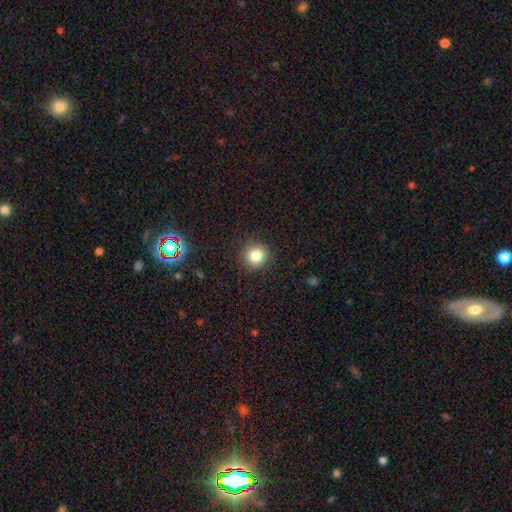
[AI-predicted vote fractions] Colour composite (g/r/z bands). It shows a smooth galaxy with no disk features (82%) that is round (94%). Merging: none (90%).